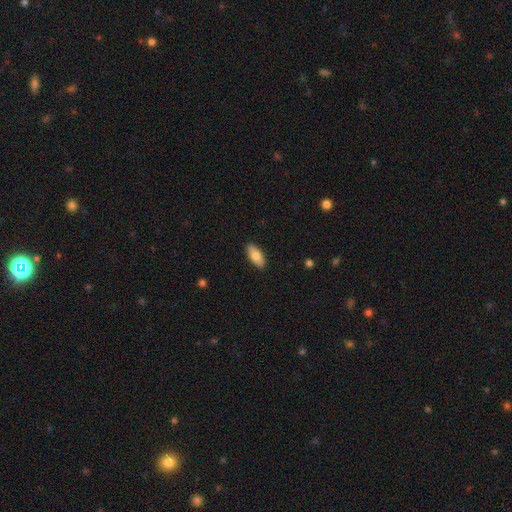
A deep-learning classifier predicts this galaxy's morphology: A smooth galaxy with no disk features (79%) that is in between round and cigar-shaped (85%). Merging: none (89%).